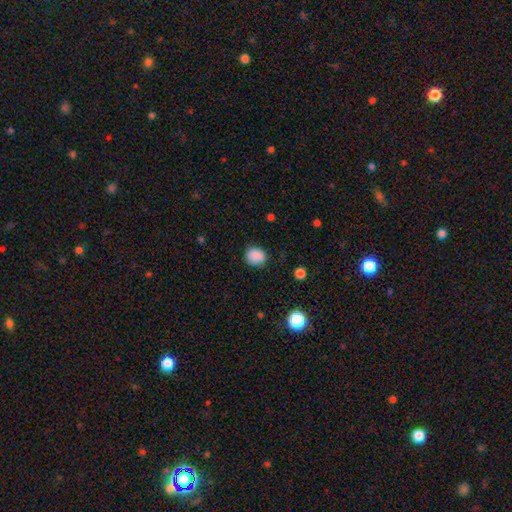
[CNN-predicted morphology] The model was most divided on "how rounded": round: 71%, in between: 28%, cigar-shaped: 1%. More confident: smooth or featured — smooth (87%); merging — none (81%).